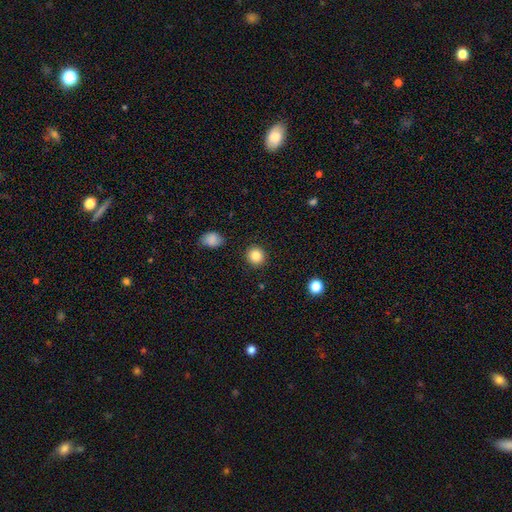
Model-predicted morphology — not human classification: Smooth or featured: smooth — 85% (star or artifact — 10%)
How rounded: round — 91% (in between — 8%)
Merging: none — 90% (minor disturbance — 6%)